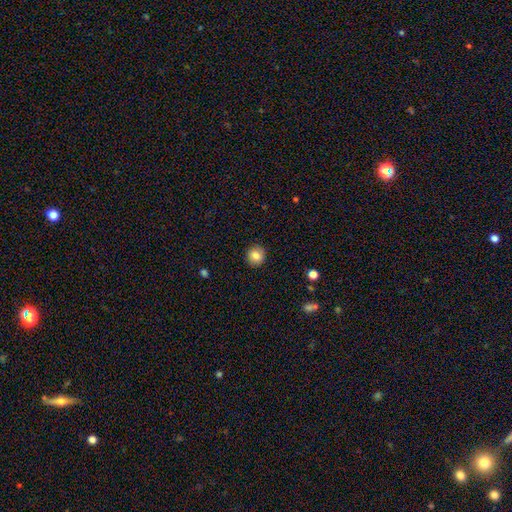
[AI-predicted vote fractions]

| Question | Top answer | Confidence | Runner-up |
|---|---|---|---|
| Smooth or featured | smooth | 84% | star or artifact (9%) |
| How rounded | round | 91% | in between (8%) |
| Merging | none | 91% | minor disturbance (6%) |